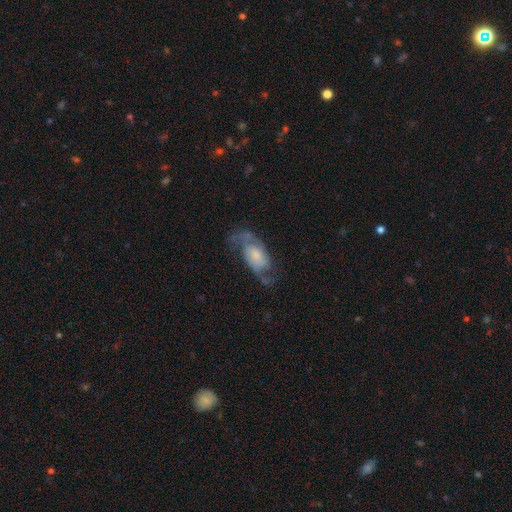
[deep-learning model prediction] smooth_or_featured: featured or disk (p=0.72) [alt: smooth p=0.21]
disk_edge_on: no (p=0.94) [alt: yes p=0.06]
bar: no (p=0.63) [alt: weak p=0.31]
has_spiral_arms: yes (p=0.89) [alt: no p=0.11]
spiral_winding: medium (p=0.43) [tied with: loose p=0.43]
spiral_arm_count: 2 (p=0.85) [alt: can't tell p=0.07]
bulge_size: small (p=0.36) [alt: moderate p=0.34]
merging: none (p=0.54) [alt: minor disturbance p=0.22]